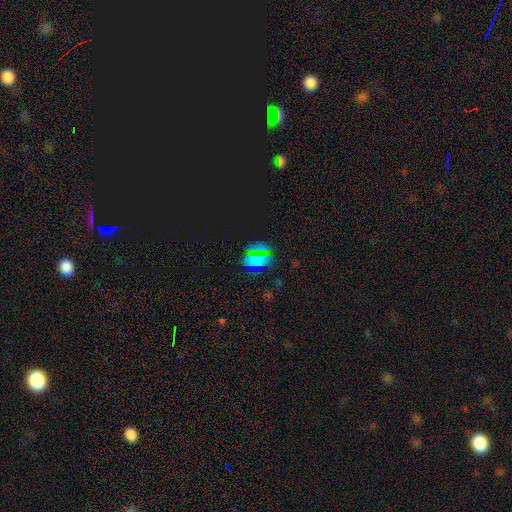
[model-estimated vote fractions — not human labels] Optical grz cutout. It shows a smooth galaxy with no disk features (43%). Merging: none (64%).